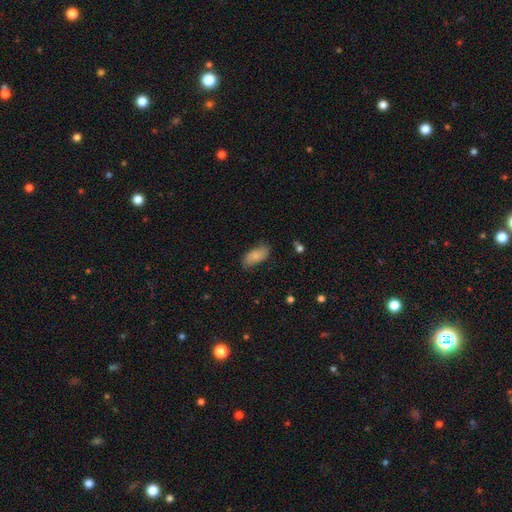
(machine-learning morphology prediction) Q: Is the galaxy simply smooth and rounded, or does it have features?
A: smooth — 72%.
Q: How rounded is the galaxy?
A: in between — 91%.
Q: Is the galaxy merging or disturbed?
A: none — 72%.